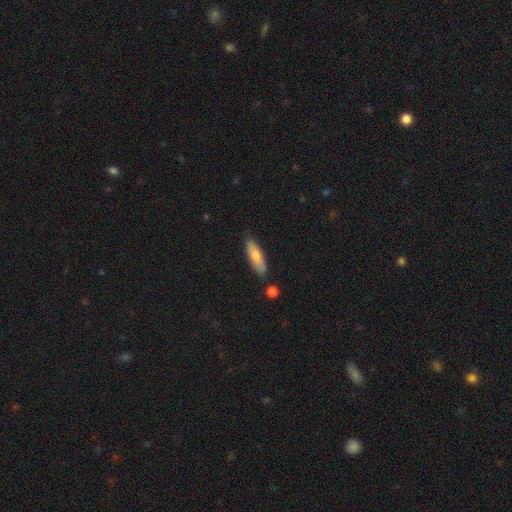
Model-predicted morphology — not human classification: Smooth or featured? smooth (76%)
How rounded? cigar-shaped (58%)
Merging? none (80%)